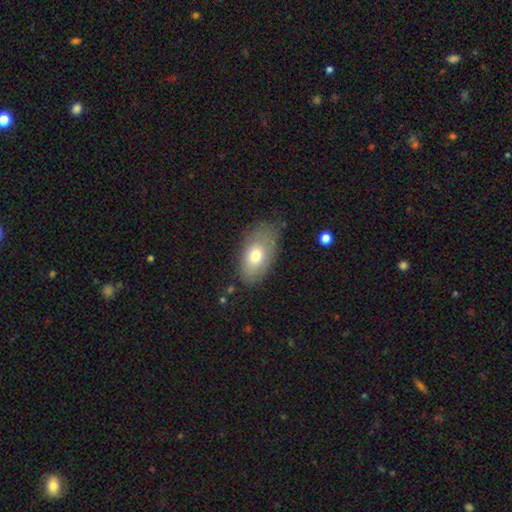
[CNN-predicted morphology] type=smooth (68%); roundness=in between (91%); merging=none (69%).